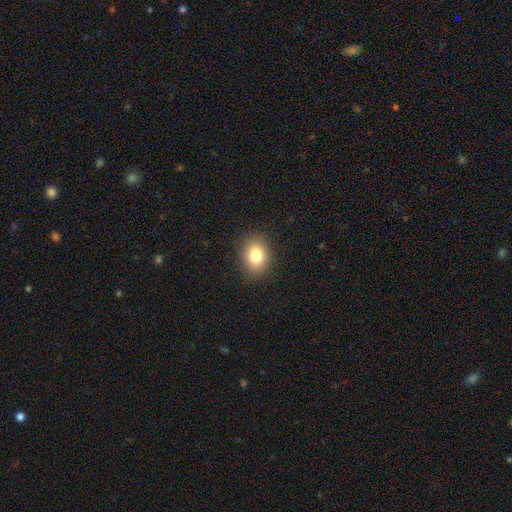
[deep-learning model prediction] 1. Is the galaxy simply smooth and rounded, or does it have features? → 81% smooth, 10% star or artifact, 9% featured or disk.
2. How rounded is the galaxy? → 53% in between, 46% round, 1% cigar-shaped.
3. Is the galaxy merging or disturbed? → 88% none, 8% minor disturbance, 2% major disturbance, 1% merger.